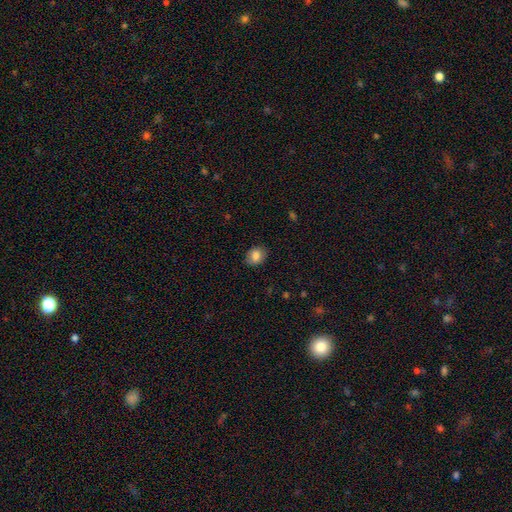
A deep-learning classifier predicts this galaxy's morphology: smooth 83%, featured or disk 9%, star or artifact 9%. Down the decision tree: how rounded — in between (54%); merging — none (86%).